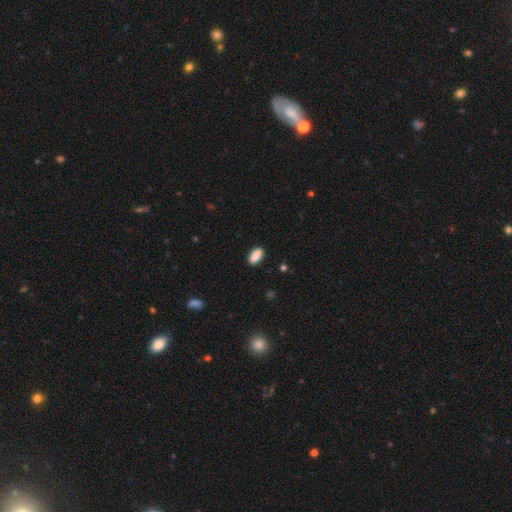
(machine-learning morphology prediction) A smooth galaxy with no disk features (89%) that is in between round and cigar-shaped (90%). Merging: none (88%).